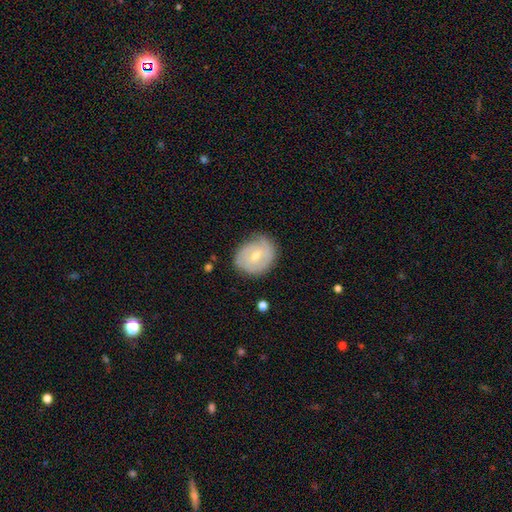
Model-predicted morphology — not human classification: smooth_or_featured: featured or disk (p=0.59) [alt: smooth p=0.35]
disk_edge_on: no (p=0.96) [alt: yes p=0.04]
bar: no (p=0.54) [alt: weak p=0.39]
has_spiral_arms: yes (p=0.78) [alt: no p=0.22]
bulge_size: moderate (p=0.50) [alt: small p=0.47]
merging: none (p=0.67) [alt: minor disturbance p=0.25]